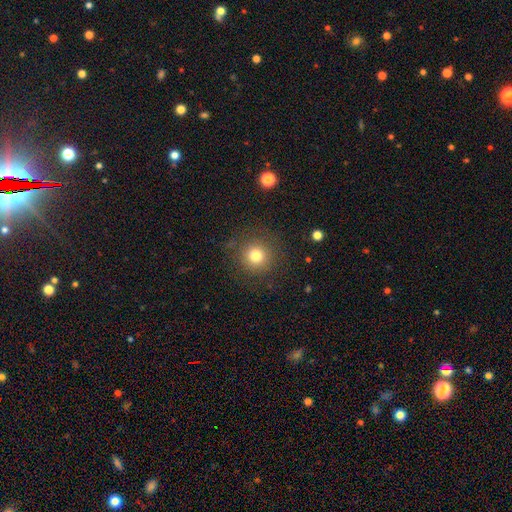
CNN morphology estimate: Overall: smooth (77%). How rounded: round (94%). Merging: none (87%).